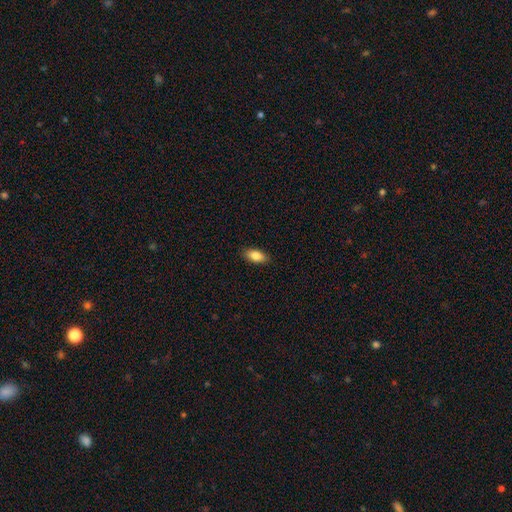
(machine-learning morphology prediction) Smooth or featured: smooth — 84% (featured or disk — 9%)
How rounded: in between — 88% (cigar-shaped — 8%)
Merging: none — 88% (minor disturbance — 9%)